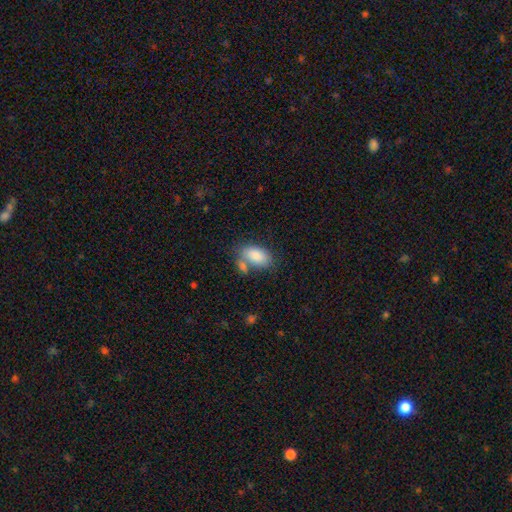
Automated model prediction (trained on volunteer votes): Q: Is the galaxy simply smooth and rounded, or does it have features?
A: smooth — 86%.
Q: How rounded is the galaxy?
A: in between — 92%.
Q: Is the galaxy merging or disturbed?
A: none — 50%.